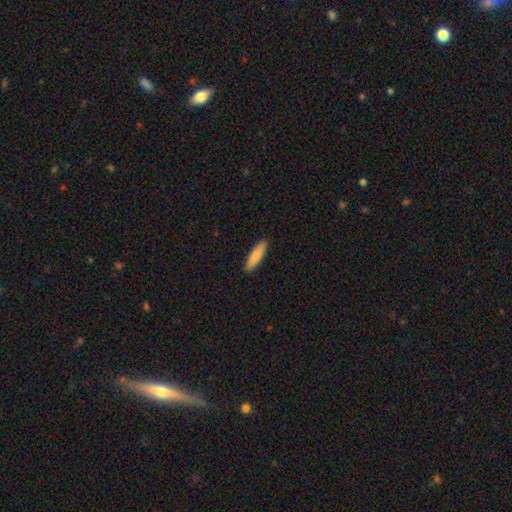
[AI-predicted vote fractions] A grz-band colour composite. It shows a smooth galaxy with no disk features (85%) that is cigar-shaped (74%). Merging: none (91%).